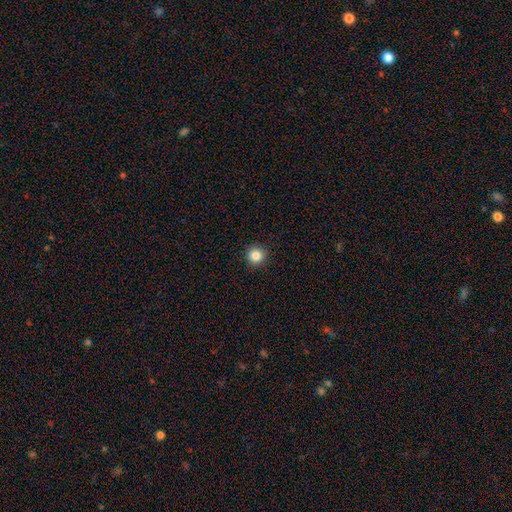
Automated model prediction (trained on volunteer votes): smooth_or_featured: smooth (p=0.84) [alt: star or artifact p=0.11]
how_rounded: round (p=0.95) [alt: in between p=0.04]
merging: none (p=0.93) [alt: minor disturbance p=0.05]